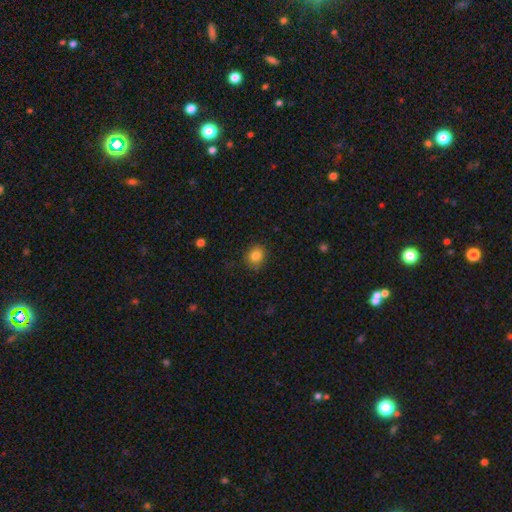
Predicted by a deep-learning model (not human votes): The model was most divided on "how rounded": round: 79%, in between: 20%, cigar-shaped: 1%. More confident: merging — none (85%); smooth or featured — smooth (83%).